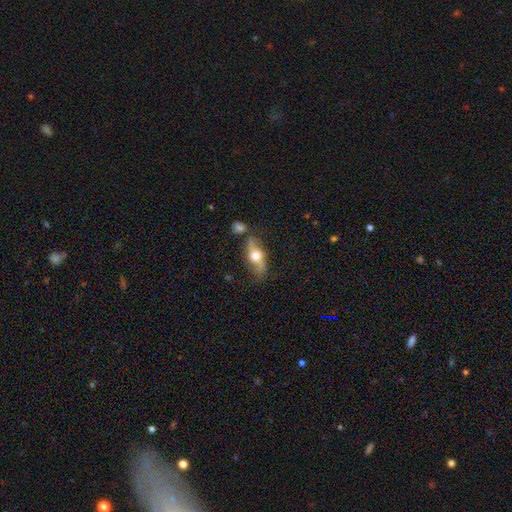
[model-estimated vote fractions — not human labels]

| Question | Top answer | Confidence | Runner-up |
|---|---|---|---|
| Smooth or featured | featured or disk | 57% | smooth (35%) |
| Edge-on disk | no | 57% | yes (43%) |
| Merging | none | 63% | minor disturbance (20%) |